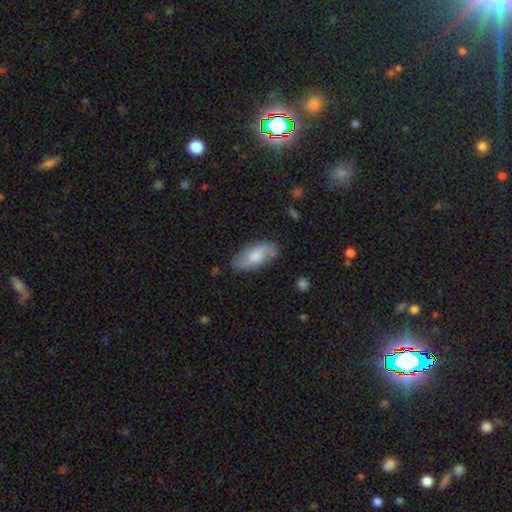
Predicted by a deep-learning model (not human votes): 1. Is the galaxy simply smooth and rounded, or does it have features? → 56% smooth, 38% featured or disk, 6% star or artifact.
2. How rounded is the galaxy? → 87% in between, 10% cigar-shaped, 3% round.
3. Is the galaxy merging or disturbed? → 73% none, 19% minor disturbance, 5% major disturbance, 3% merger.